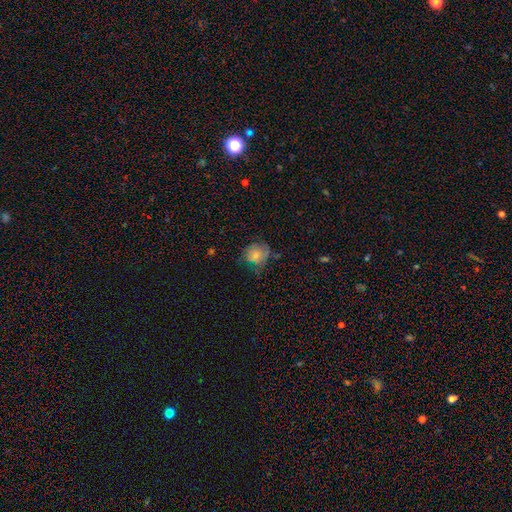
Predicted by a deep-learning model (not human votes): Smooth or featured: smooth — 71% (featured or disk — 18%)
How rounded: round — 79% (in between — 20%)
Merging: none — 57% (minor disturbance — 28%)